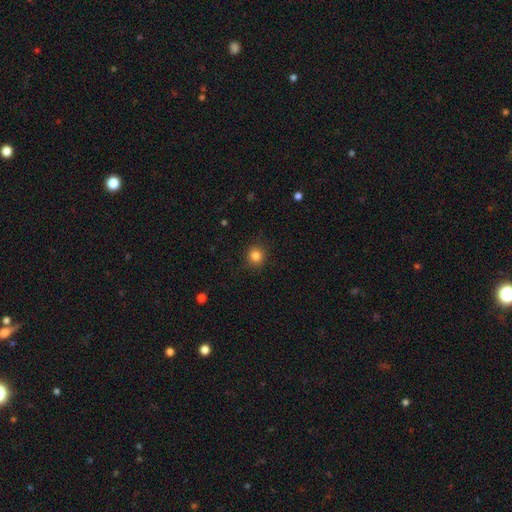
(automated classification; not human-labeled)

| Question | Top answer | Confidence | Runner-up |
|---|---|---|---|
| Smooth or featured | smooth | 83% | star or artifact (12%) |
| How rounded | round | 91% | in between (8%) |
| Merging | none | 89% | minor disturbance (7%) |